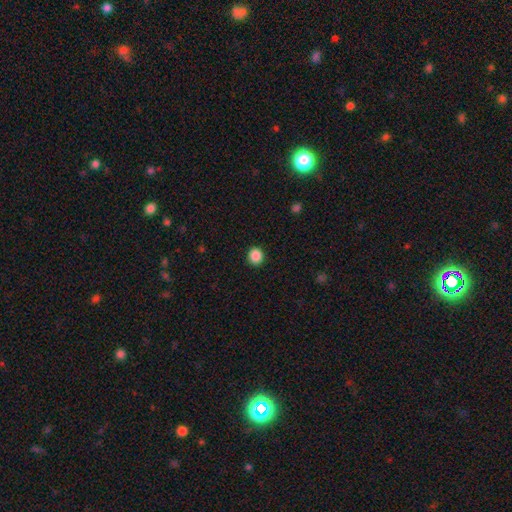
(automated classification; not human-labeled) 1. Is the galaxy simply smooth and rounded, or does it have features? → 88% smooth, 9% star or artifact, 3% featured or disk.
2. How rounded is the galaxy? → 88% round, 11% in between, 1% cigar-shaped.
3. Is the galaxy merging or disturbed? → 92% none, 5% minor disturbance, 2% major disturbance, 1% merger.